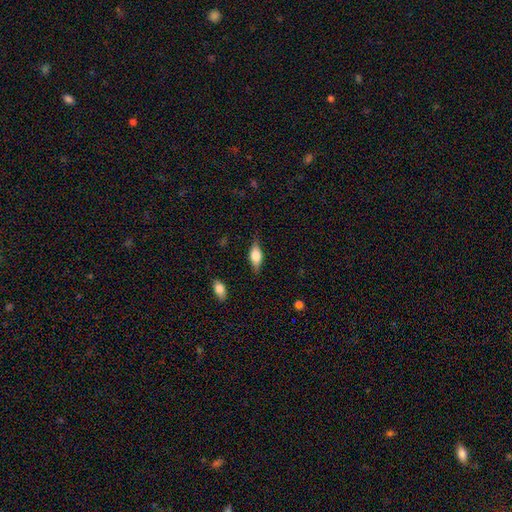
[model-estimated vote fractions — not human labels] Overall: smooth (58%; featured or disk 35%). How rounded: in between (77%). Merging: none (79%).